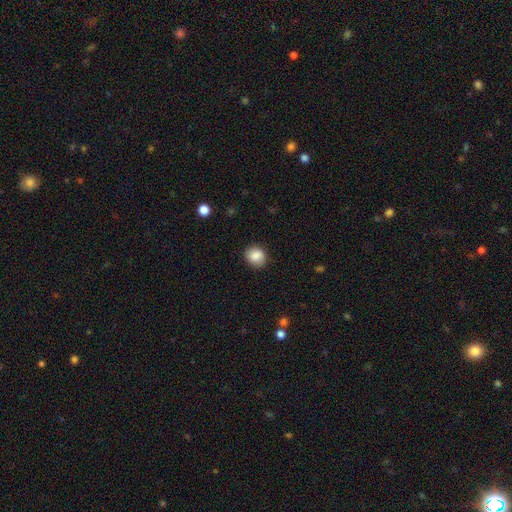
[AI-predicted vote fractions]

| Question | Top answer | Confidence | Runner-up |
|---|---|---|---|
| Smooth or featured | smooth | 87% | star or artifact (8%) |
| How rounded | round | 74% | in between (25%) |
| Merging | none | 85% | minor disturbance (11%) |